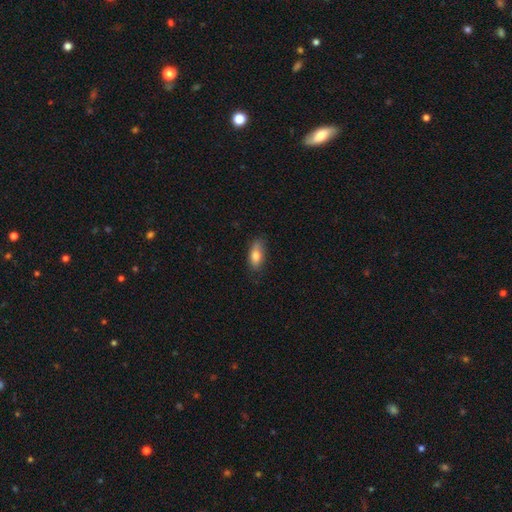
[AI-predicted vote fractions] Morphology: type=smooth (79%); roundness=in between (83%); merging=none (74%).